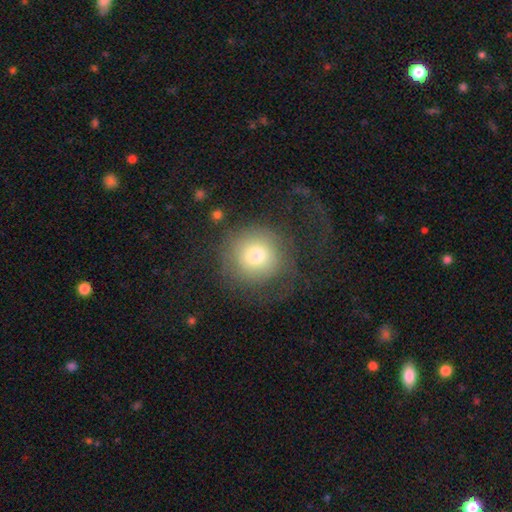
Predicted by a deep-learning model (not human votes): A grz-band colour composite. It shows a smooth galaxy with no disk features (67%) that is round (93%). Merging: none (53%).